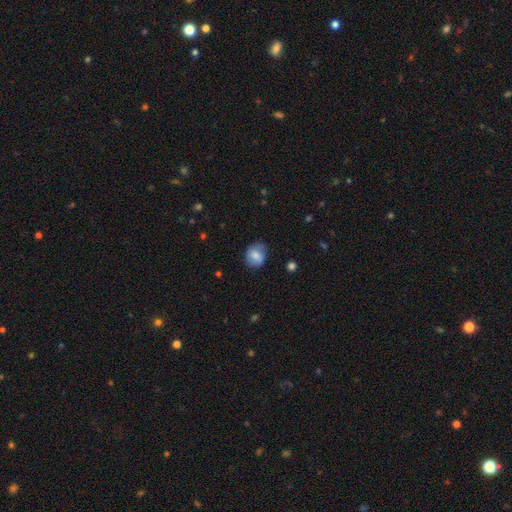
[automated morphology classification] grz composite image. It shows a smooth galaxy with no disk features (76%) that is round (67%). Merging: none (75%).